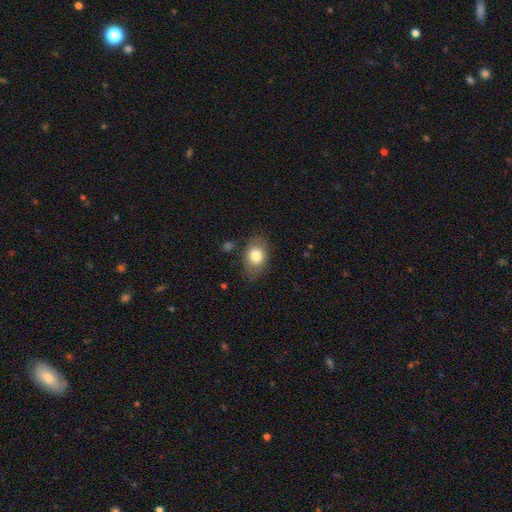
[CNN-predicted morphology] A smooth galaxy with no disk features (79%) that is in between round and cigar-shaped (74%).

Vote fractions:
- Smooth or featured? smooth: 79% / featured or disk: 12% / star or artifact: 8%
- How rounded? in between: 74% / round: 25% / cigar-shaped: 1%
- Merging? none: 75% / minor disturbance: 18% / major disturbance: 5% / merger: 3%